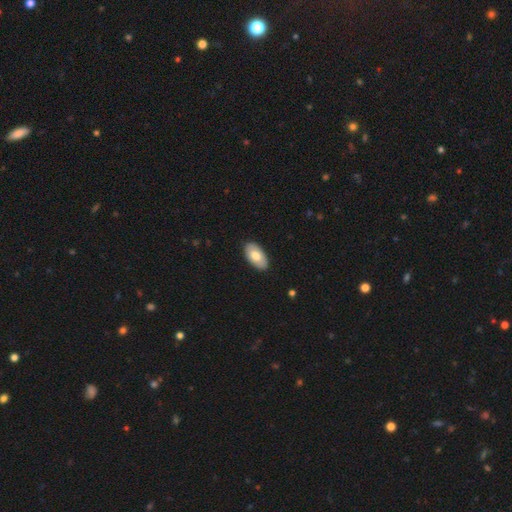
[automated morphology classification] This is likely a smooth galaxy (74%). How rounded: clearly in between (96%). Merging: clearly none (89%).